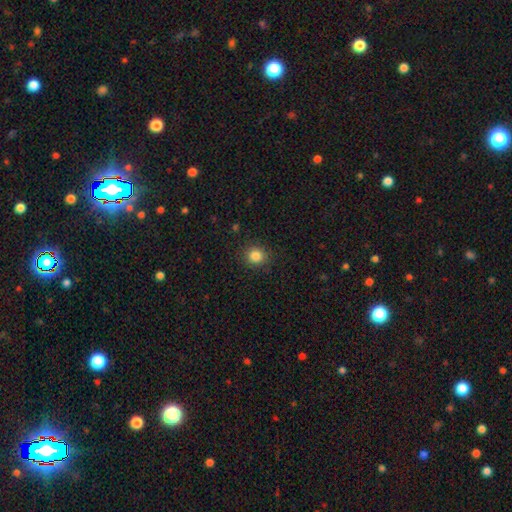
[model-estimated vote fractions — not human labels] This appears to be a smooth galaxy with no disk features (84%) that is round (86%). Merging: none (89%).